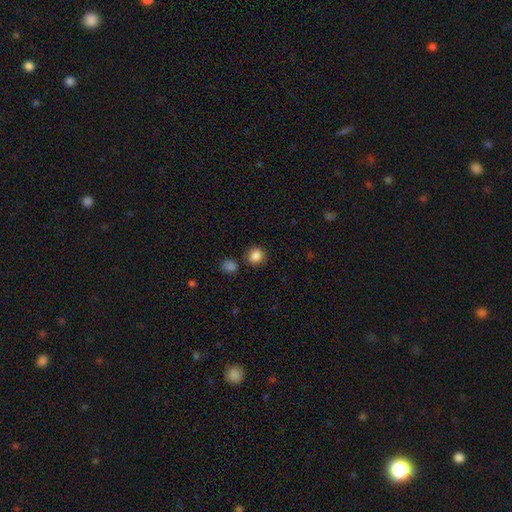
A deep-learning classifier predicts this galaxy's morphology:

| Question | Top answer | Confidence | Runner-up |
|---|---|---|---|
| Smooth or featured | smooth | 86% | star or artifact (10%) |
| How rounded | round | 86% | in between (13%) |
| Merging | none | 84% | minor disturbance (8%) |